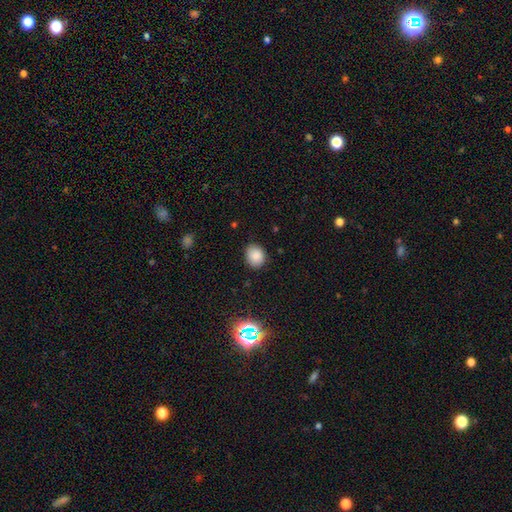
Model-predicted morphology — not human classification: Overall: smooth (85%). How rounded: round (58%; in between 42%). Merging: none (83%).